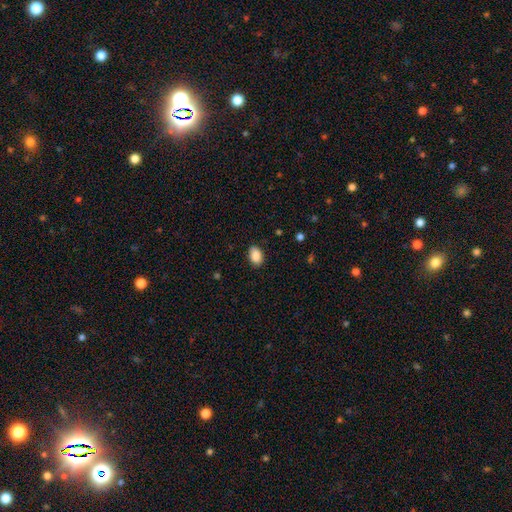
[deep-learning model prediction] This is clearly a smooth galaxy (89%). How rounded: clearly in between (86%). Merging: clearly none (87%).